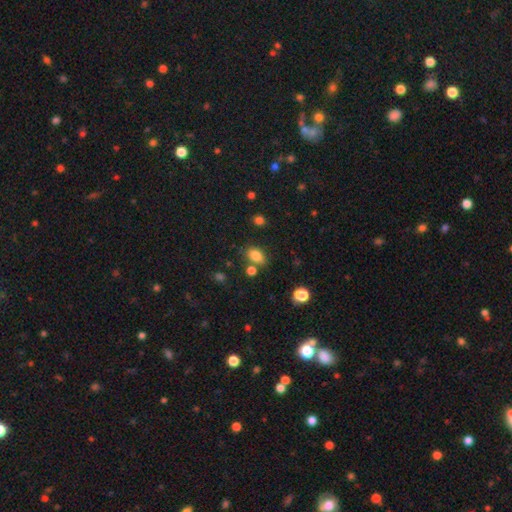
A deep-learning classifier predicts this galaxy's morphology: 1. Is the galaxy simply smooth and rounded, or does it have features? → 83% smooth, 11% star or artifact, 6% featured or disk.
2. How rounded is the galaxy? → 79% in between, 19% round, 2% cigar-shaped.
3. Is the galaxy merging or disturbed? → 70% none, 14% minor disturbance, 11% merger, 4% major disturbance.